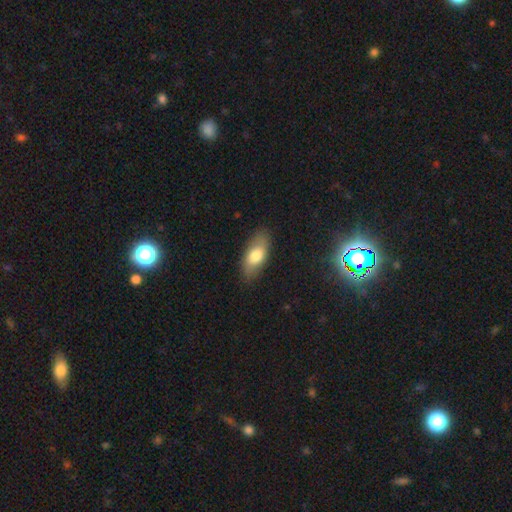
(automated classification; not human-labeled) smooth-or-featured: smooth: 75% | featured or disk: 18% | star or artifact: 6%
  how-rounded: in between: 85% | cigar-shaped: 12% | round: 3%
  merging: none: 83% | minor disturbance: 13% | major disturbance: 3% | merger: 1%